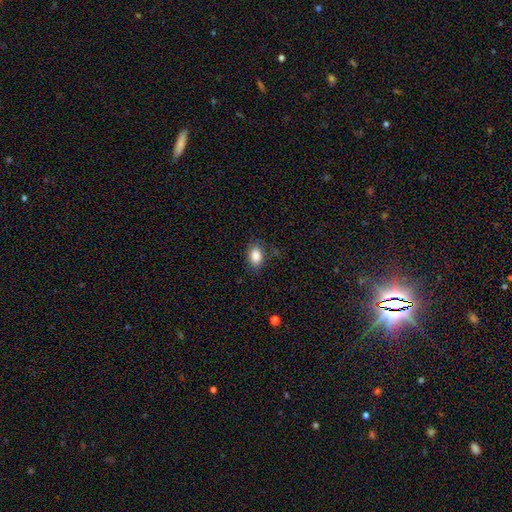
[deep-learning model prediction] Morphology: type=smooth (86%); roundness=in between (85%); merging=none (80%).